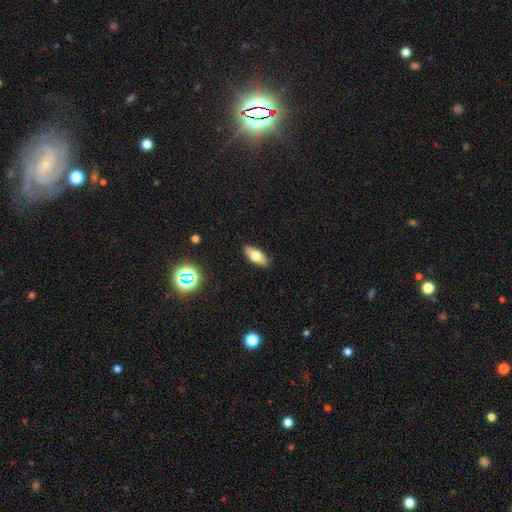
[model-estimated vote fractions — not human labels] Morphology: type=smooth (69%); roundness=in between (82%); merging=none (89%).